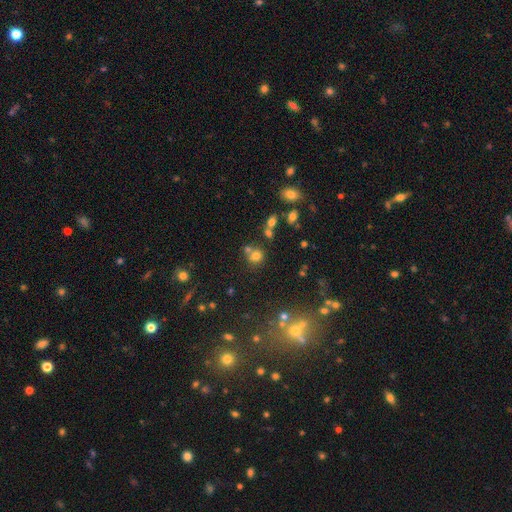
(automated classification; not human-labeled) A smooth galaxy with no disk features (68%) that is round (84%). Merging: none (58%).